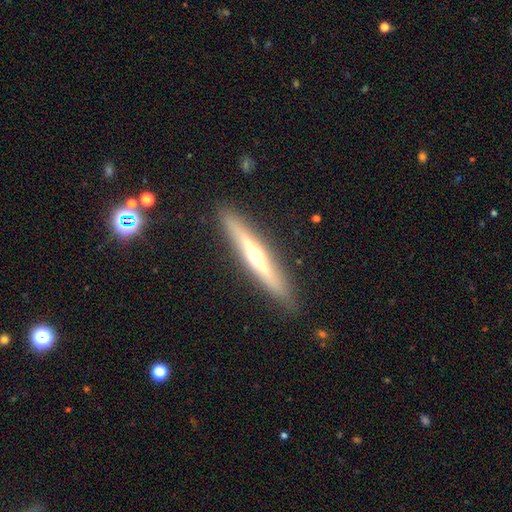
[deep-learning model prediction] Overall: featured or disk (68%). Edge-on disk: yes (94%). Edge-on bulge: rounded (86%). Merging: none (88%).